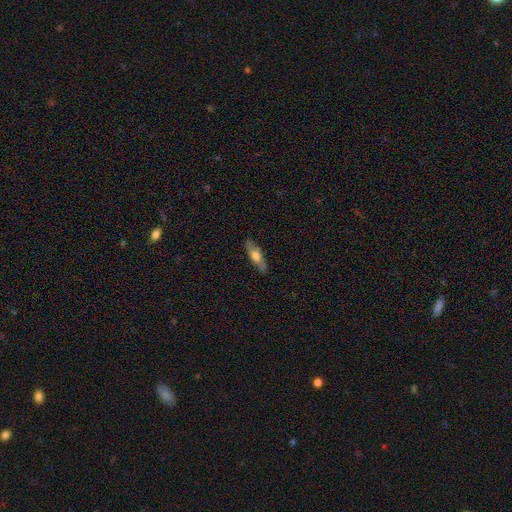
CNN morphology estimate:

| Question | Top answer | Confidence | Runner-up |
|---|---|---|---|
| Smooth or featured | smooth | 55% | featured or disk (39%) |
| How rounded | cigar-shaped | 56% | in between (42%) |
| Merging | none | 87% | minor disturbance (10%) |